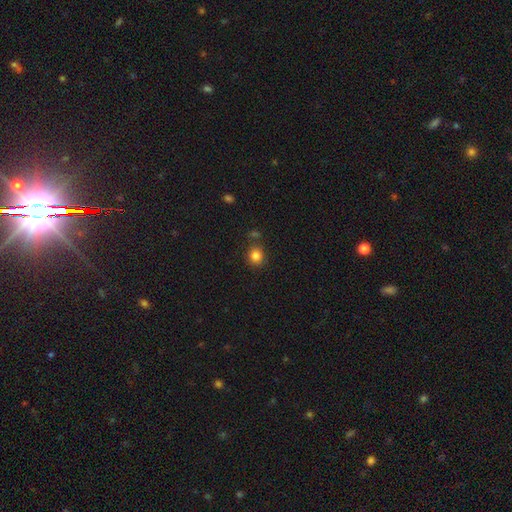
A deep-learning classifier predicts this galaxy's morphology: Smooth or featured?
  - smooth: 83% *
  - star or artifact: 12%
  - featured or disk: 5%
How rounded?
  - round: 82% *
  - in between: 17%
  - cigar-shaped: 1%
Merging?
  - none: 77% *
  - minor disturbance: 11%
  - merger: 8%
  - major disturbance: 3%